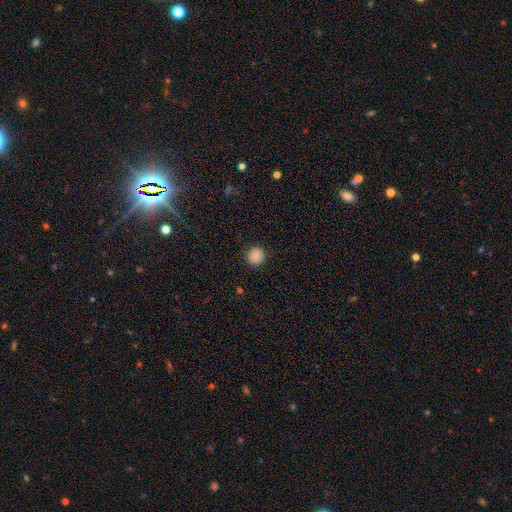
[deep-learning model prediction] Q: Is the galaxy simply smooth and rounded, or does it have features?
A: smooth — 88%.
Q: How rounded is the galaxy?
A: round — 91%.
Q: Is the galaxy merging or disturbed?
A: none — 90%.